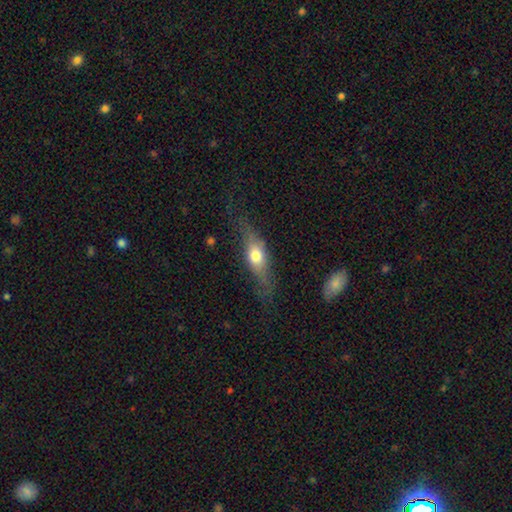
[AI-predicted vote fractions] Morphology: type=smooth (55%); roundness=in between (52%); merging=none (66%).